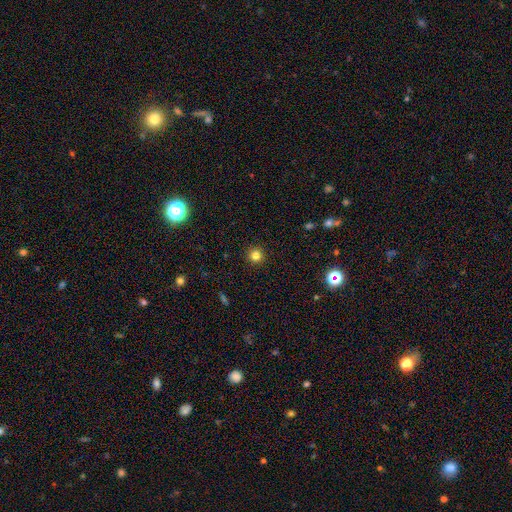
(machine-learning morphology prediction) Smooth or featured? Predicted: smooth (p=0.81). How rounded? Predicted: round (p=0.95). Merging? Predicted: none (p=0.93).